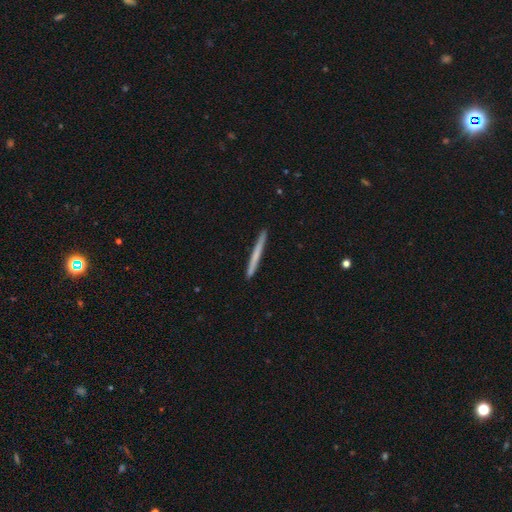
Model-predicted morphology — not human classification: type=smooth (60%); roundness=cigar-shaped (97%); merging=none (92%).